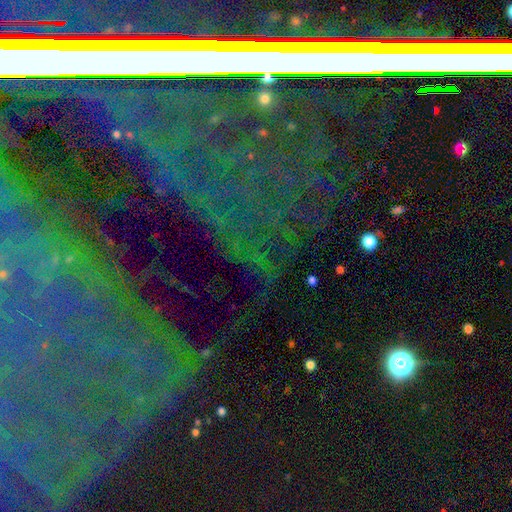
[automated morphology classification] Smooth or featured? Predicted: star or artifact (p=0.73).